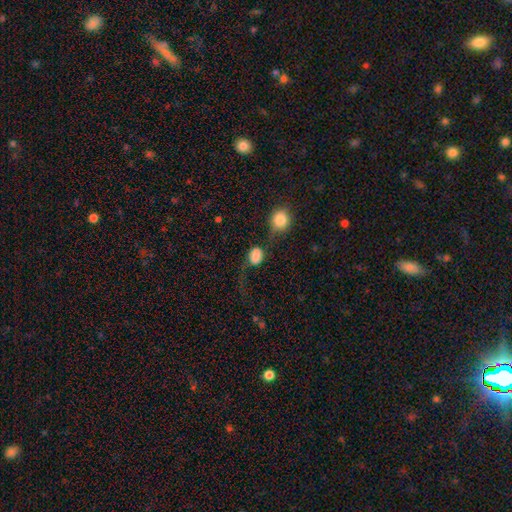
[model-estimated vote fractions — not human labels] smooth 71%, featured or disk 17%, star or artifact 13%. Down the decision tree: how rounded — in between (59%); merging — none (36%).